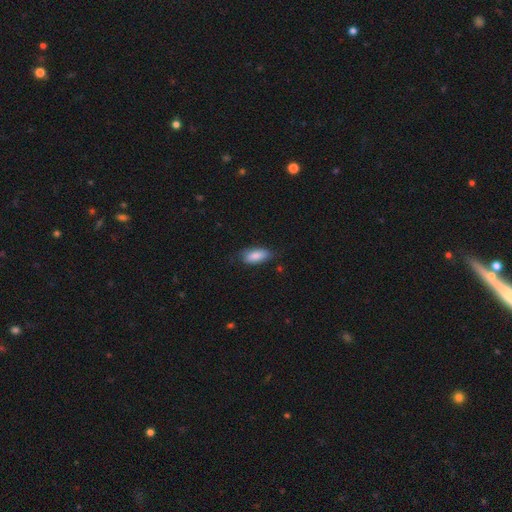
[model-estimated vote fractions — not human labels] A smooth galaxy with no disk features (83%) that is in between round and cigar-shaped (84%). Merging: none (69%).